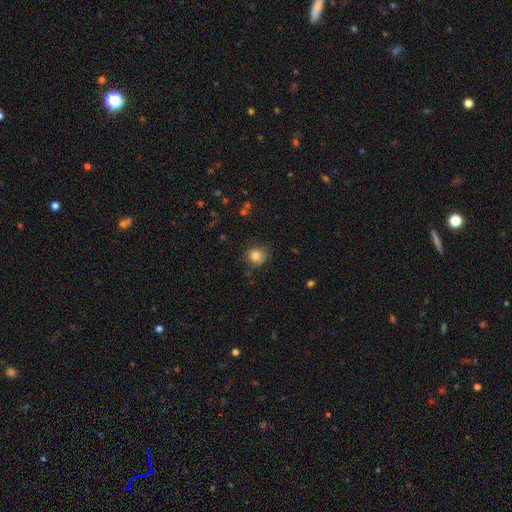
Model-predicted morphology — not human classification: Smooth or featured: smooth — 83% (star or artifact — 11%)
How rounded: round — 89% (in between — 10%)
Merging: none — 81% (minor disturbance — 14%)